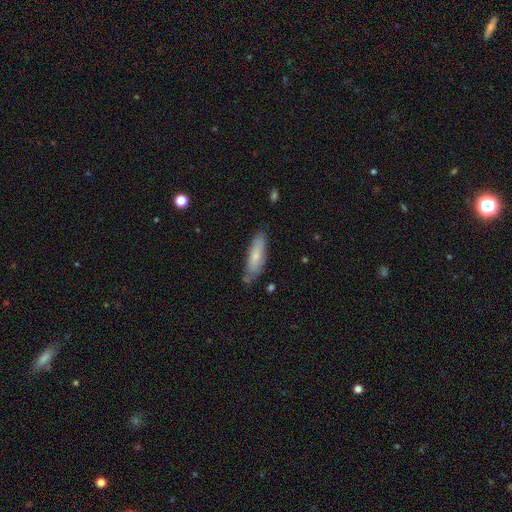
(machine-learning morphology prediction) This appears to be a smooth galaxy with no disk features (72%) that is cigar-shaped (54%). Merging: none (69%).